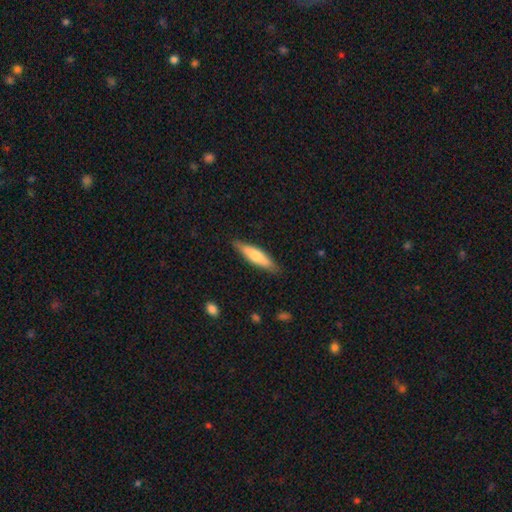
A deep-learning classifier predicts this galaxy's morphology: Q: Smooth or featured?
A: smooth (61%); runner-up: featured or disk (34%)
Q: How rounded?
A: cigar-shaped (72%); runner-up: in between (26%)
Q: Merging?
A: none (85%); runner-up: minor disturbance (12%)